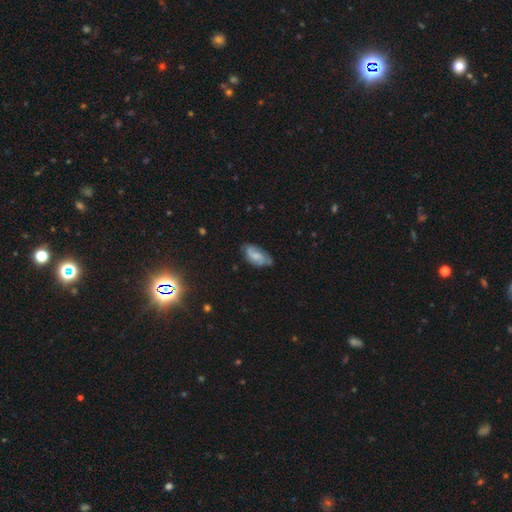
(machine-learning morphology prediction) The model was most divided on "smooth or featured": smooth: 49%, featured or disk: 43%, star or artifact: 8%. More confident: merging — none (59%).